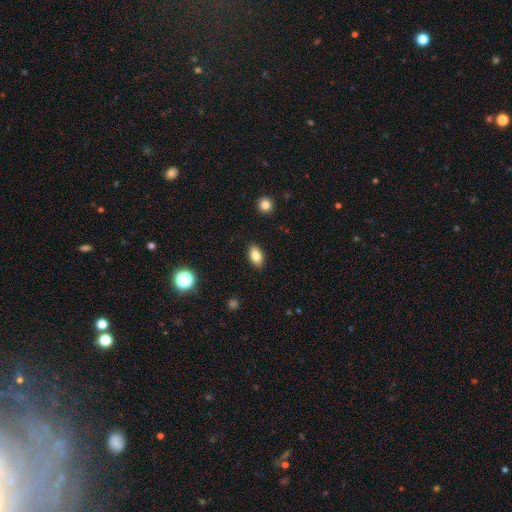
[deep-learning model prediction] A smooth galaxy with no disk features (83%) that is in between round and cigar-shaped (90%). Merging: none (88%).